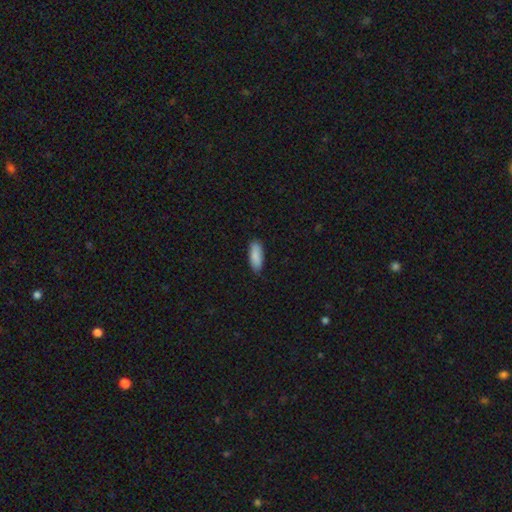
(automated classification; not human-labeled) Smooth or featured? Predicted: smooth (p=0.89). How rounded? Predicted: in between (p=0.73). Merging? Predicted: none (p=0.85).